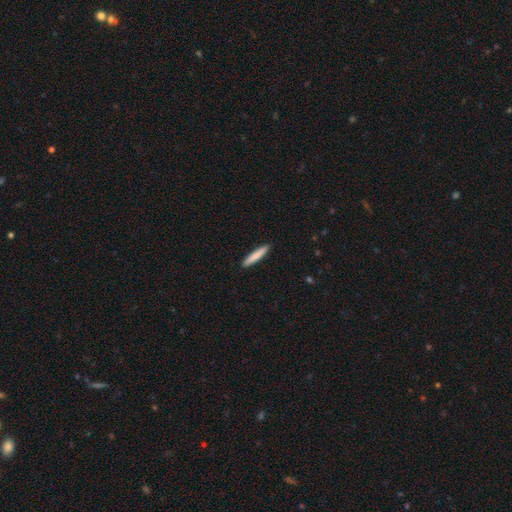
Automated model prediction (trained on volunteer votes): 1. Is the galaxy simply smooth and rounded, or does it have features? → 81% smooth, 14% featured or disk, 5% star or artifact.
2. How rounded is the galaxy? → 94% cigar-shaped, 5% in between, 1% round.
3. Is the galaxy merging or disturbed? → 92% none, 6% minor disturbance, 1% major disturbance, 1% merger.